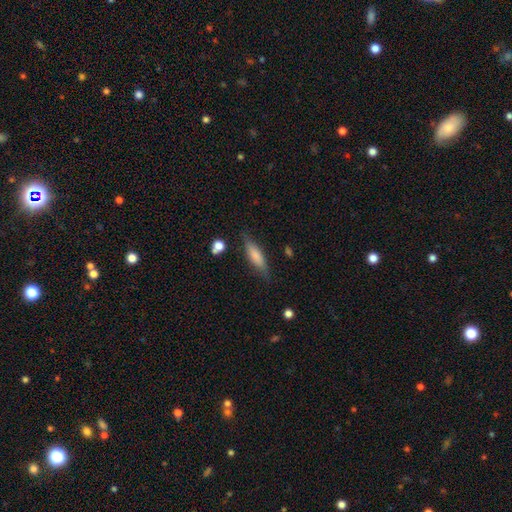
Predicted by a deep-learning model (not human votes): Smooth or featured? Predicted: smooth (p=0.74). How rounded? Predicted: cigar-shaped (p=0.56). Merging? Predicted: none (p=0.75).